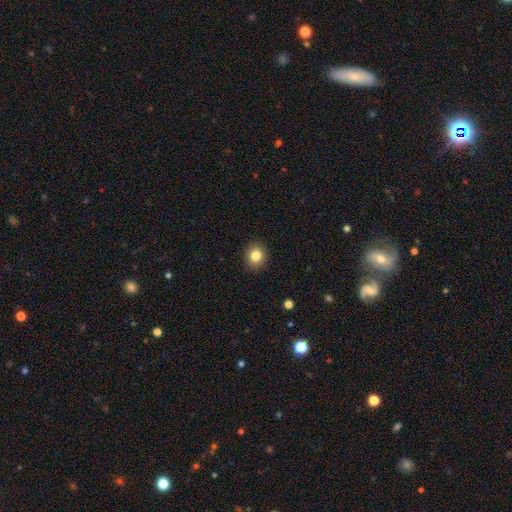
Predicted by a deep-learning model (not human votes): The model was most divided on "how rounded": round: 71%, in between: 28%, cigar-shaped: 1%. More confident: merging — none (91%); smooth or featured — smooth (83%).